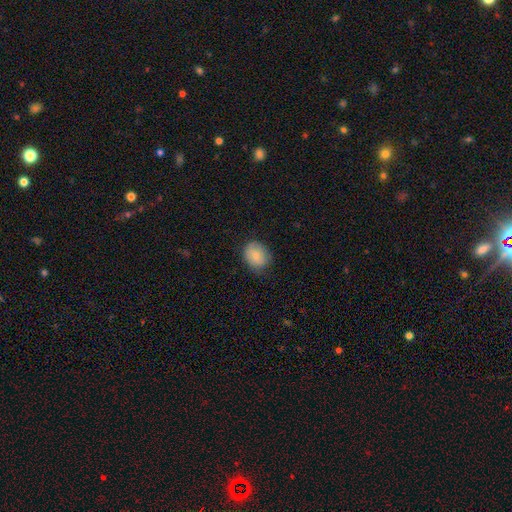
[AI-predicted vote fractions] A smooth galaxy with no disk features (82%) that is round (54%). Merging: none (76%).